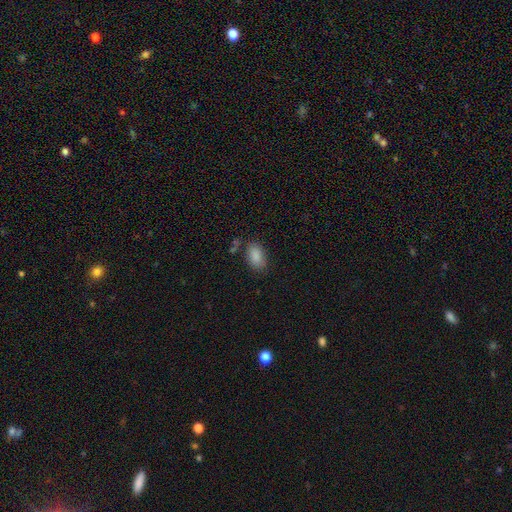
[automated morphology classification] Smooth or featured: smooth — 88% (star or artifact — 8%)
How rounded: in between — 92% (round — 6%)
Merging: none — 77% (minor disturbance — 14%)